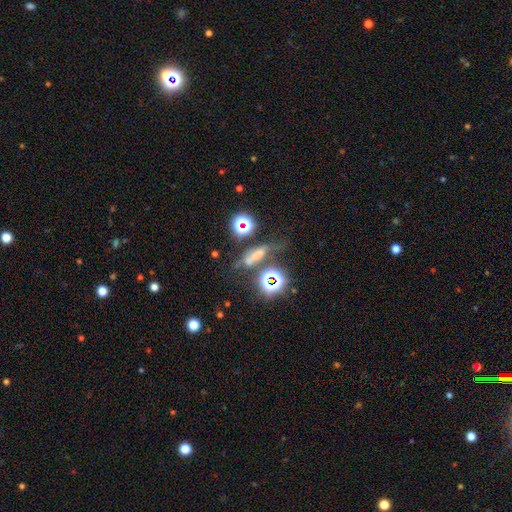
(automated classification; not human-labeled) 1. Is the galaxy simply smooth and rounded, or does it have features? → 42% smooth, 32% star or artifact, 26% featured or disk.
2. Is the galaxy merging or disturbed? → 46% none, 20% minor disturbance, 18% major disturbance, 17% merger.